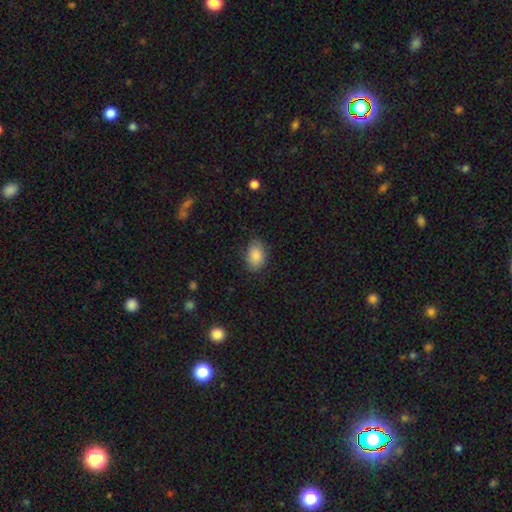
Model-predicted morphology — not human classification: Smooth or featured? smooth (86%)
How rounded? in between (86%)
Merging? none (81%)